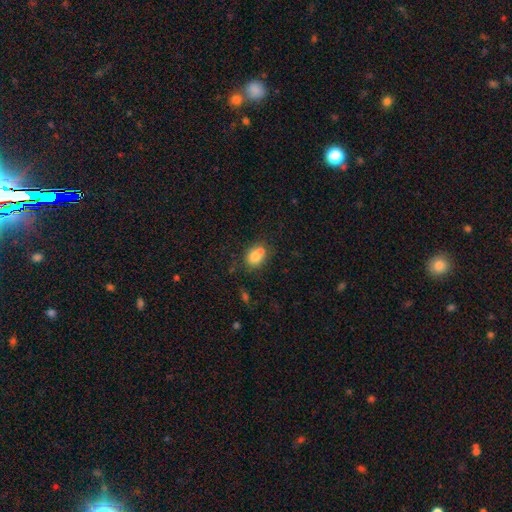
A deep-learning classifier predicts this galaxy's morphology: smooth_or_featured: smooth (p=0.76) [alt: featured or disk p=0.14]
how_rounded: round (p=0.50) [alt: in between p=0.48]
merging: none (p=0.42) [alt: merger p=0.41]